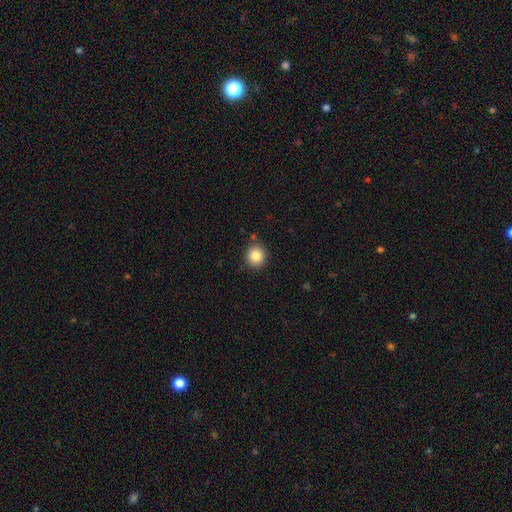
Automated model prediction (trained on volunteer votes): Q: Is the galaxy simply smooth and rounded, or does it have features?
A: smooth — 85%.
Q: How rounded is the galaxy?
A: round — 88%.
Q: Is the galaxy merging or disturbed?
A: none — 86%.